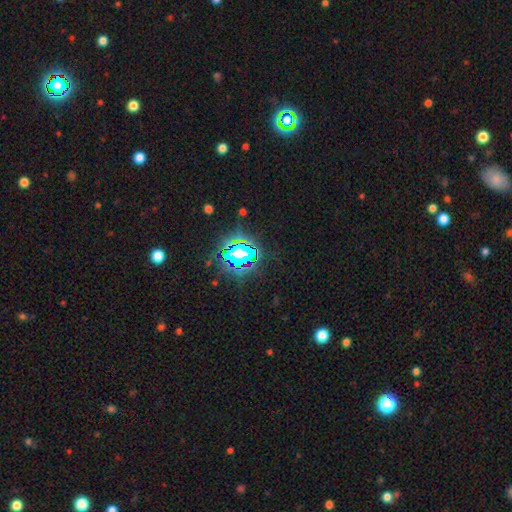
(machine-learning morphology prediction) Overall: star or artifact (83%).